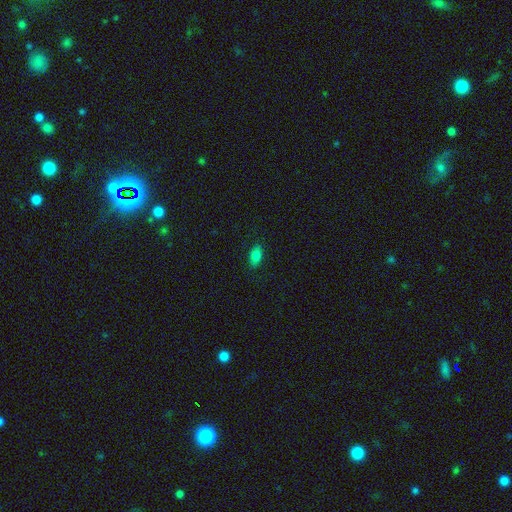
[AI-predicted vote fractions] smooth_or_featured: smooth (p=0.82) [alt: star or artifact p=0.10]
how_rounded: in between (p=0.90) [alt: cigar-shaped p=0.05]
merging: none (p=0.87) [alt: minor disturbance p=0.10]